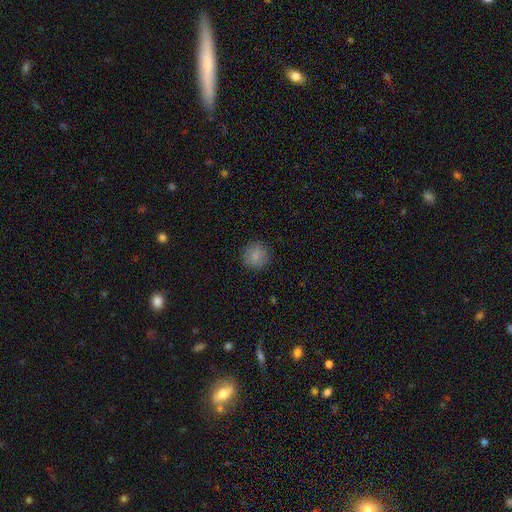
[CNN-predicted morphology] The model was most divided on "smooth or featured": smooth: 85%, star or artifact: 9%, featured or disk: 6%. More confident: how rounded — round (92%); merging — none (89%).